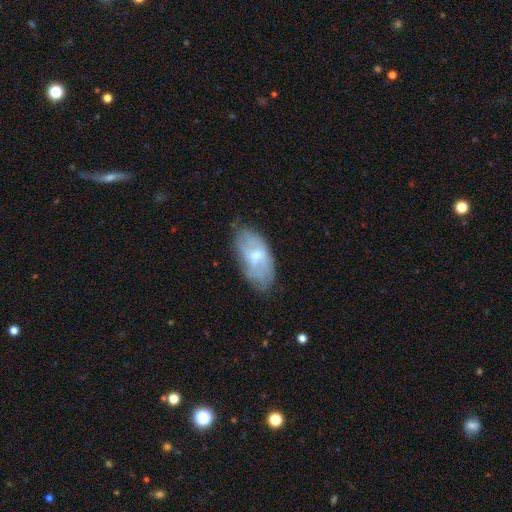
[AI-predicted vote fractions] Smooth or featured: featured or disk — 53% (smooth — 40%)
Edge-on disk: no — 91% (yes — 9%)
Merging: none — 64% (minor disturbance — 25%)